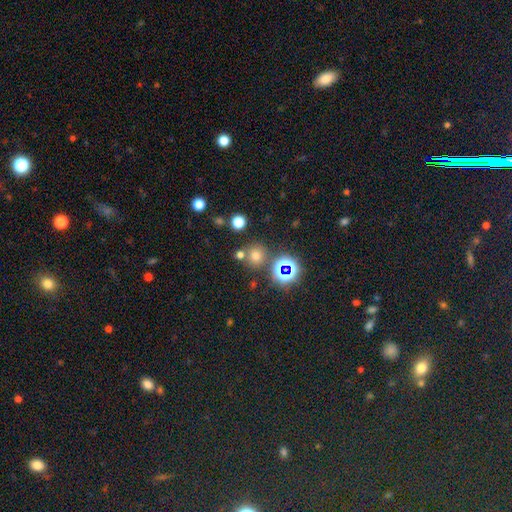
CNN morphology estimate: type=smooth (63%); roundness=round (91%); merging=none (74%).